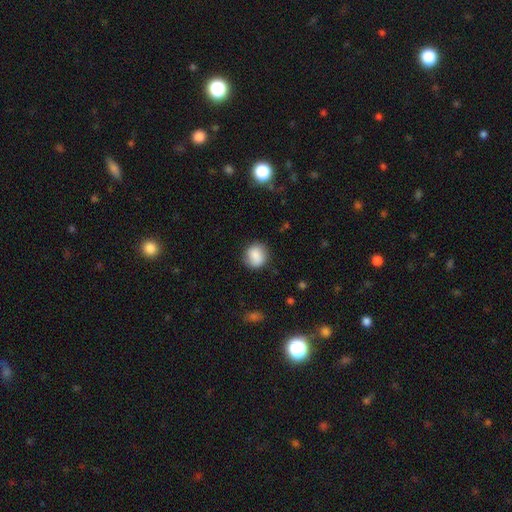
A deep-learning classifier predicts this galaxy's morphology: type=smooth (85%); roundness=round (80%); merging=none (83%).